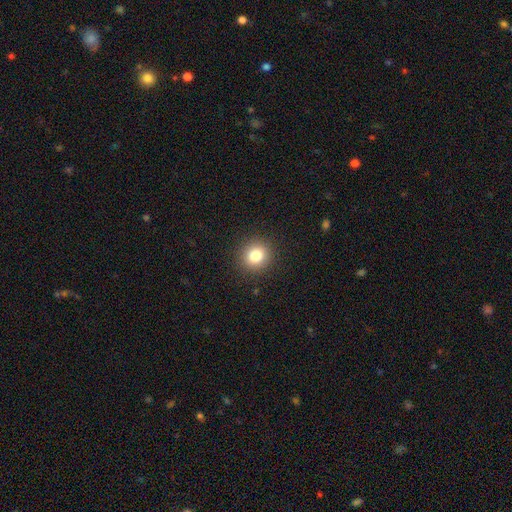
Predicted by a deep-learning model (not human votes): smooth 82%, star or artifact 12%, featured or disk 7%. Down the decision tree: how rounded — round (87%); merging — none (91%).